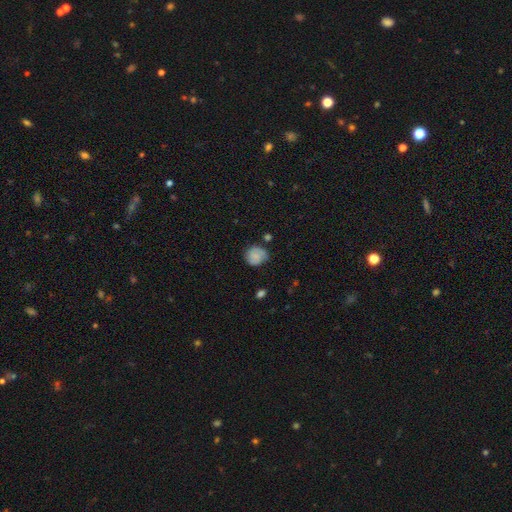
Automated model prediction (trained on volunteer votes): Smooth or featured?
  - smooth: 69% *
  - featured or disk: 23%
  - star or artifact: 9%
How rounded?
  - round: 80% *
  - in between: 18%
  - cigar-shaped: 1%
Merging?
  - none: 65% *
  - minor disturbance: 26%
  - major disturbance: 6%
  - merger: 3%